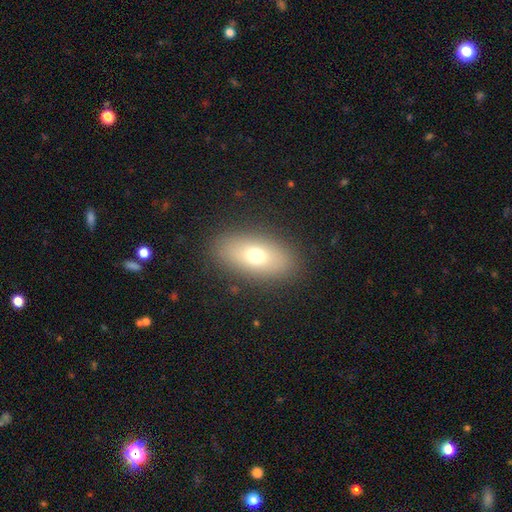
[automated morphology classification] smooth-or-featured: smooth: 71% | featured or disk: 19% | star or artifact: 10%
  how-rounded: in between: 87% | round: 7% | cigar-shaped: 6%
  merging: none: 87% | minor disturbance: 9% | major disturbance: 3% | merger: 1%